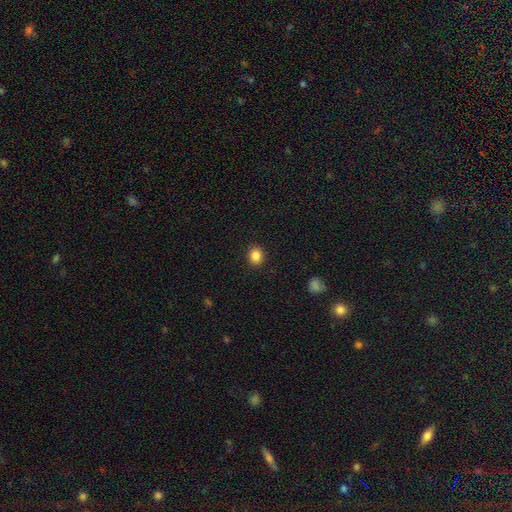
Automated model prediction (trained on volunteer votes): Smooth or featured?
  - smooth: 86% *
  - star or artifact: 10%
  - featured or disk: 4%
How rounded?
  - round: 54% *
  - in between: 45%
  - cigar-shaped: 1%
Merging?
  - none: 90% *
  - minor disturbance: 7%
  - major disturbance: 2%
  - merger: 1%